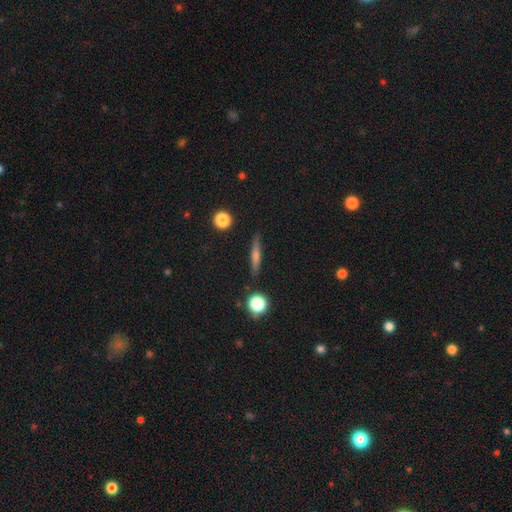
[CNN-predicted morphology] featured or disk 48%, smooth 42%, star or artifact 10%. Down the decision tree: merging — none (89%).